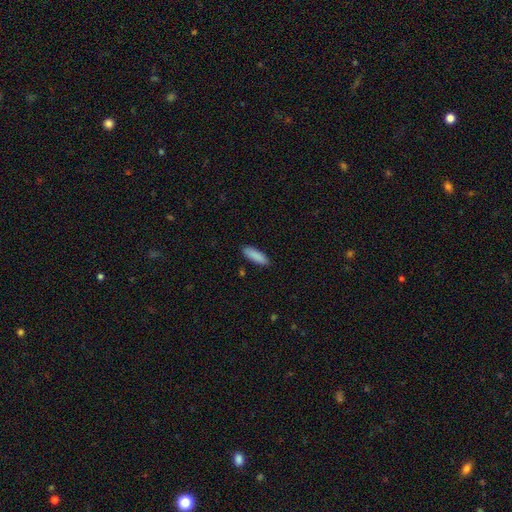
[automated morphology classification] Q: Smooth or featured?
A: smooth (89%); runner-up: star or artifact (6%)
Q: How rounded?
A: cigar-shaped (50%); runner-up: in between (49%)
Q: Merging?
A: none (89%); runner-up: minor disturbance (8%)